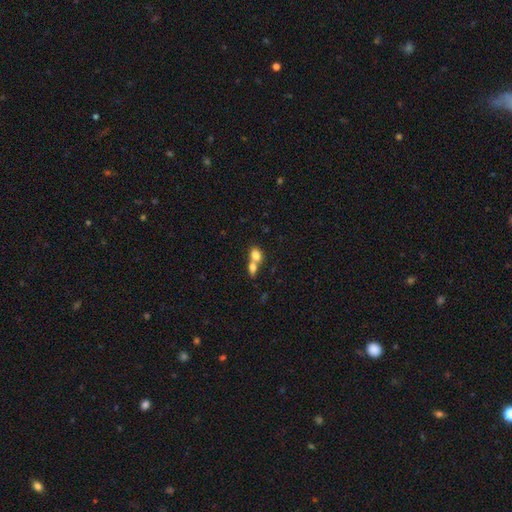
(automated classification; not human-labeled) The model was most divided on "how rounded": in between: 57%, round: 40%, cigar-shaped: 2%. More confident: smooth or featured — smooth (77%); merging — merger (66%).